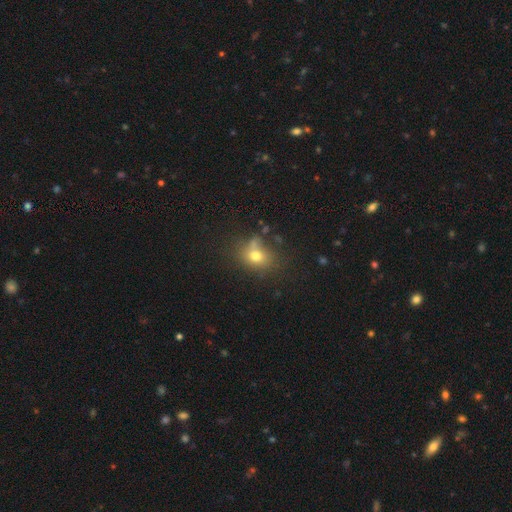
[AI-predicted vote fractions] Morphology: type=smooth (72%); roundness=round (52%); merging=none (59%).